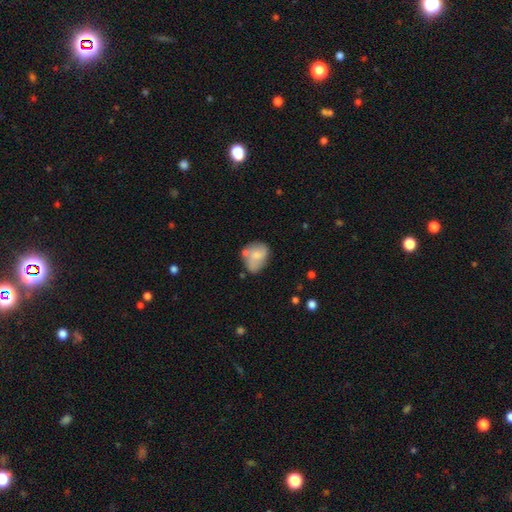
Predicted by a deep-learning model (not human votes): This appears to be a smooth galaxy with no disk features (58%) that is in between round and cigar-shaped (61%). Merging: none (44%).